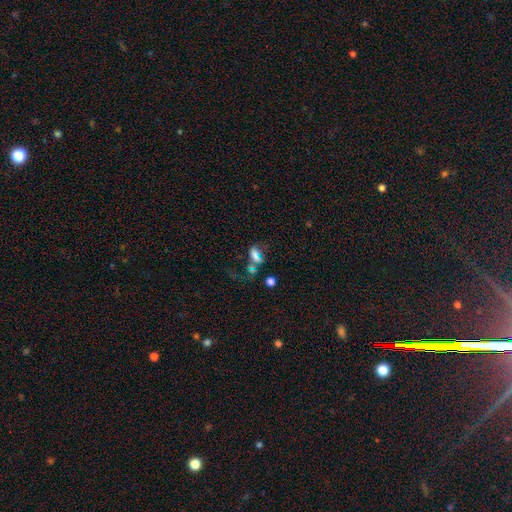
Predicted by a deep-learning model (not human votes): Smooth or featured? smooth (52%)
How rounded? in between (72%)
Merging? none (32%)